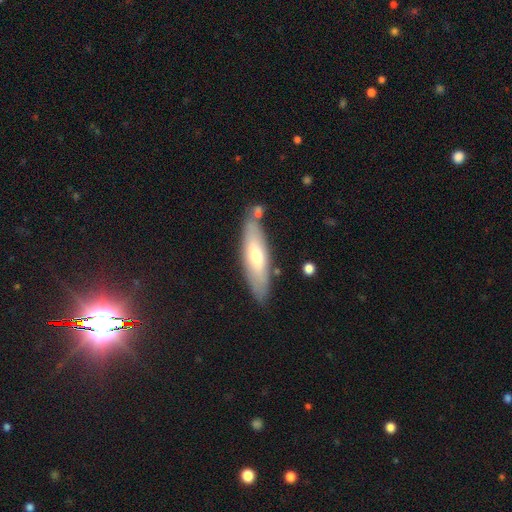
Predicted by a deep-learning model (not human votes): A smooth galaxy with no disk features (58%) that is cigar-shaped (58%).

Vote fractions:
- Smooth or featured? smooth: 58% / featured or disk: 37% / star or artifact: 6%
- How rounded? cigar-shaped: 58% / in between: 40% / round: 2%
- Merging? none: 78% / minor disturbance: 13% / merger: 6% / major disturbance: 3%